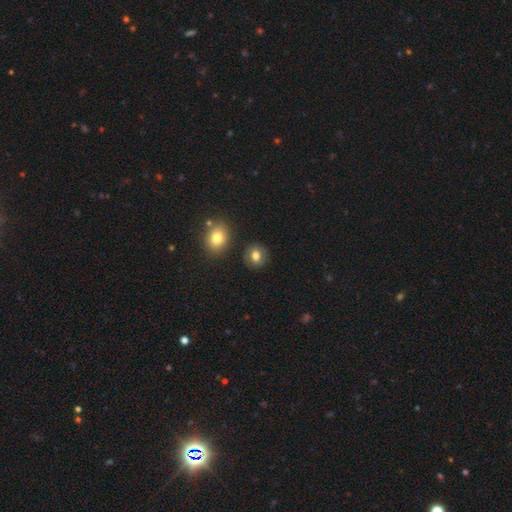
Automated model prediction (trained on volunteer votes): This appears to be a smooth galaxy with no disk features (79%) that is round (81%). Merging: none (86%).